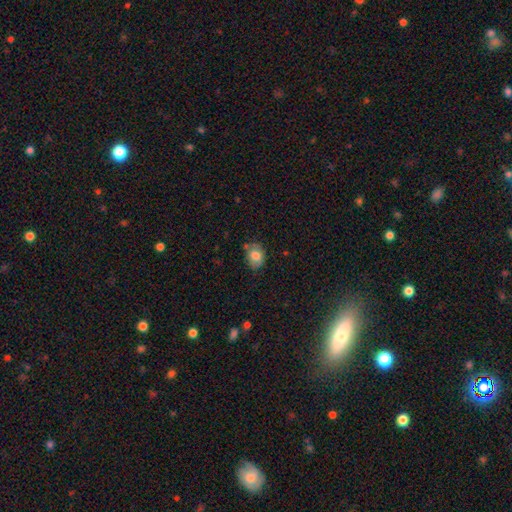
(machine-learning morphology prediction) A smooth galaxy with no disk features (78%) that is in between round and cigar-shaped (56%). Merging: none (66%).